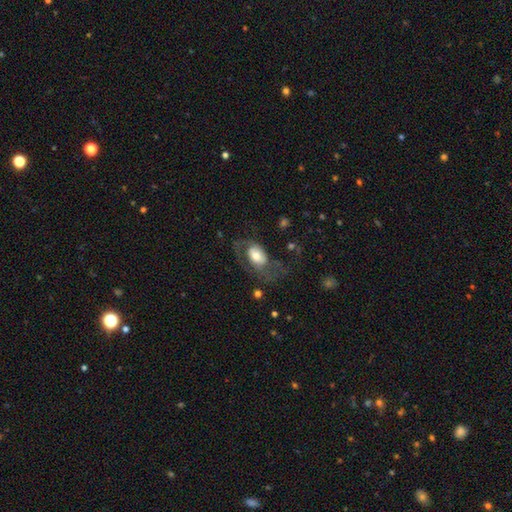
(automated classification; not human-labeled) smooth-or-featured: smooth: 47% | featured or disk: 46% | star or artifact: 8%
  merging: major disturbance: 45% | none: 33% | minor disturbance: 20% | merger: 3%